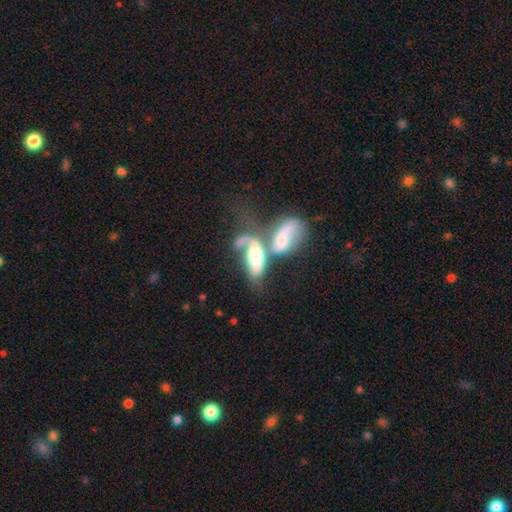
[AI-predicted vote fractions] This appears to be a smooth galaxy with no disk features (47%). Merging: merger (69%).